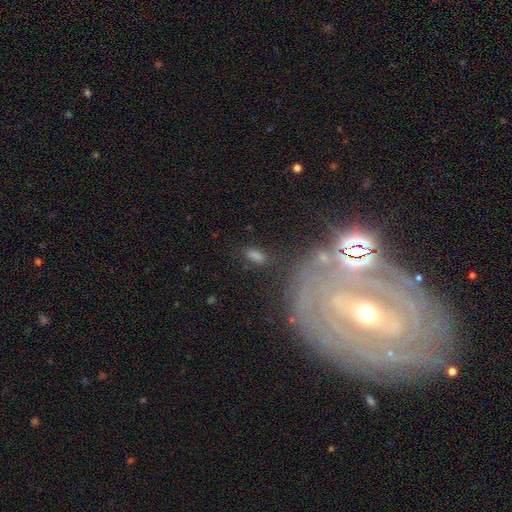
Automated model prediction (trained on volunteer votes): Smooth or featured: smooth — 50% (featured or disk — 30%)
How rounded: in between — 79% (cigar-shaped — 12%)
Merging: none — 70% (minor disturbance — 16%)